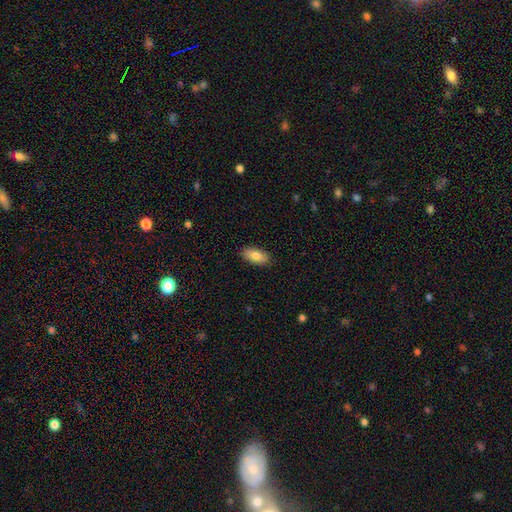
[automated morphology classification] type=smooth (83%); roundness=in between (91%); merging=none (88%).